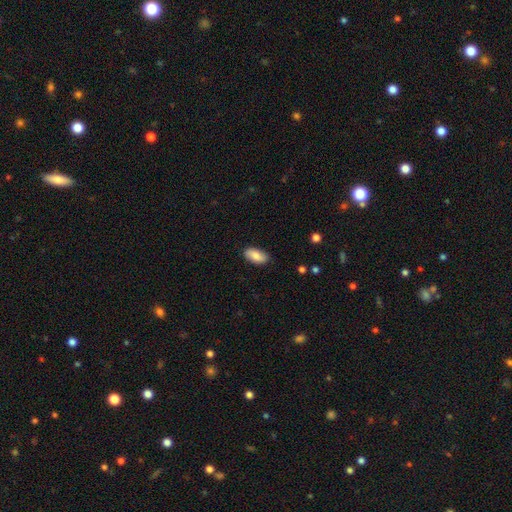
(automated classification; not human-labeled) A smooth galaxy with no disk features (81%) that is in between round and cigar-shaped (92%).

Vote fractions:
- Smooth or featured? smooth: 81% / featured or disk: 12% / star or artifact: 6%
- How rounded? in between: 92% / cigar-shaped: 5% / round: 3%
- Merging? none: 86% / minor disturbance: 11% / major disturbance: 2% / merger: 1%